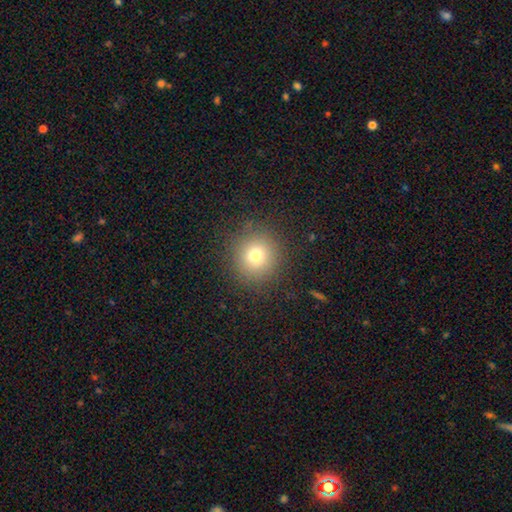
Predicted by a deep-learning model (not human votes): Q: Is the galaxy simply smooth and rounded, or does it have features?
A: smooth — 74%.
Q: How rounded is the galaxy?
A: round — 91%.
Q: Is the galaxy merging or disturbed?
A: none — 88%.